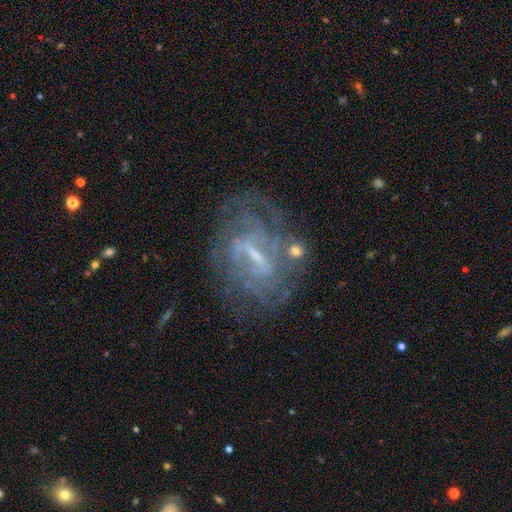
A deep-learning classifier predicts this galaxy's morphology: A featured or disk galaxy (80%) with a strong bar (43%, tied with weak), tight (55%) spiral arms (75%) and a small central bulge (54%). Merging: none (61%).